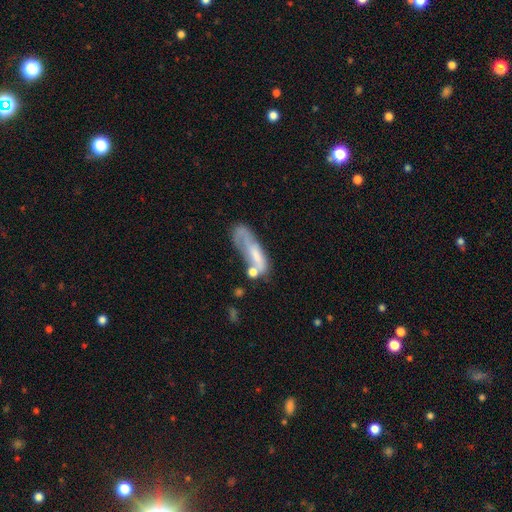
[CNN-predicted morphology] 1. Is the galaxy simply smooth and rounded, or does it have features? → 50% smooth, 42% featured or disk, 8% star or artifact.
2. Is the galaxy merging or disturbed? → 30% major disturbance, 27% none, 22% minor disturbance, 22% merger.